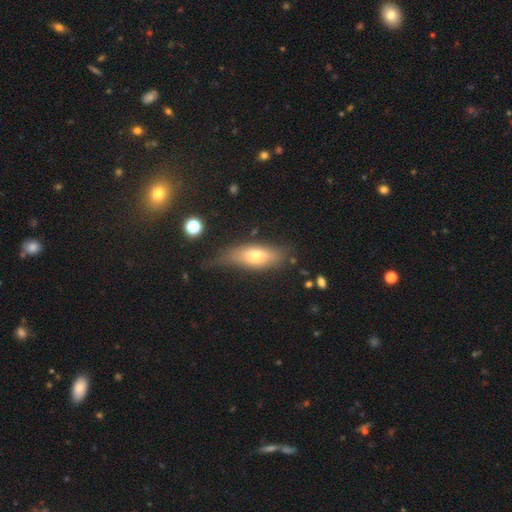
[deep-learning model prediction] Smooth or featured? smooth (60%)
How rounded? in between (62%)
Merging? none (56%)